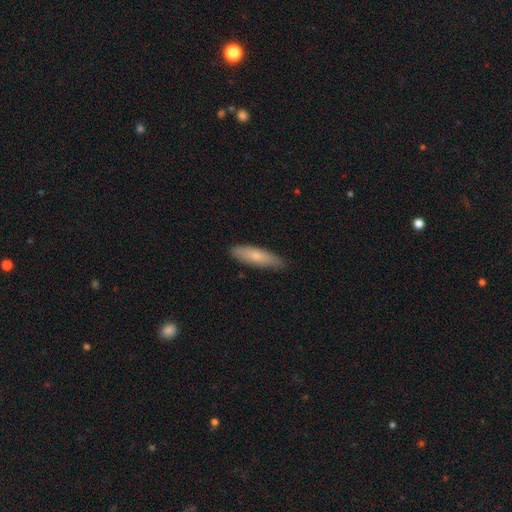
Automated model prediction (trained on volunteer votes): Morphology: type=smooth (73%); roundness=cigar-shaped (66%); merging=none (83%).